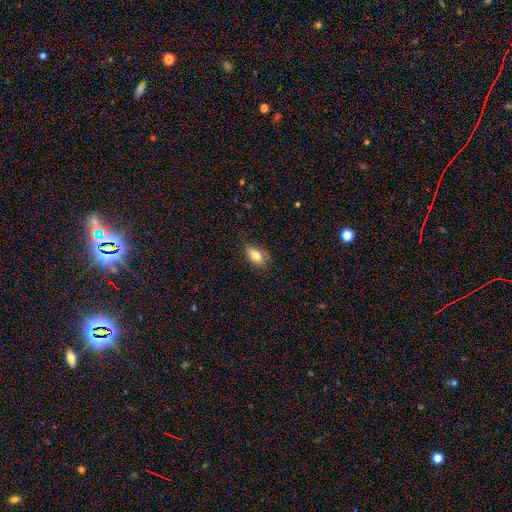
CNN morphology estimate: smooth-or-featured: smooth: 78% | featured or disk: 14% | star or artifact: 8%
  how-rounded: in between: 88% | cigar-shaped: 7% | round: 5%
  merging: none: 73% | minor disturbance: 21% | major disturbance: 5% | merger: 1%